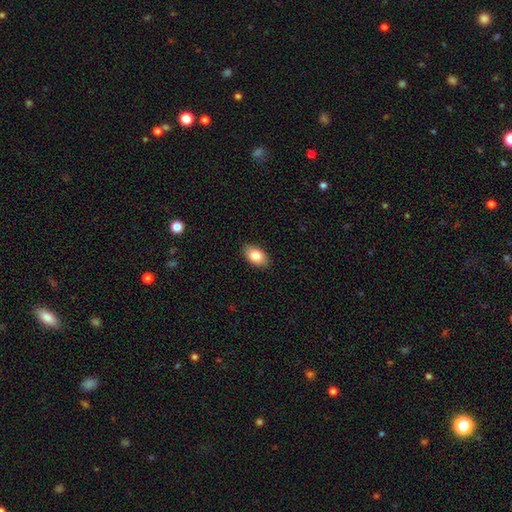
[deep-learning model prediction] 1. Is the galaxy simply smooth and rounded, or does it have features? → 84% smooth, 9% featured or disk, 7% star or artifact.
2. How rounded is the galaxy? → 92% in between, 6% round, 2% cigar-shaped.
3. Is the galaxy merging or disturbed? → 88% none, 9% minor disturbance, 2% major disturbance, 1% merger.